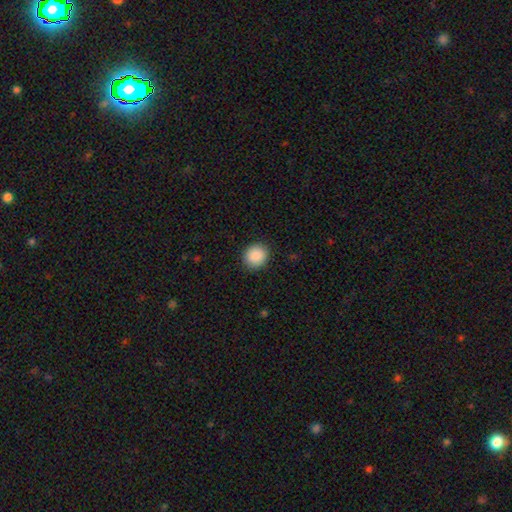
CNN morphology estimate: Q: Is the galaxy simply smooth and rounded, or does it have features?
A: smooth — 90%.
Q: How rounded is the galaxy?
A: round — 82%.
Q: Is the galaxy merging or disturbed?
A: none — 90%.